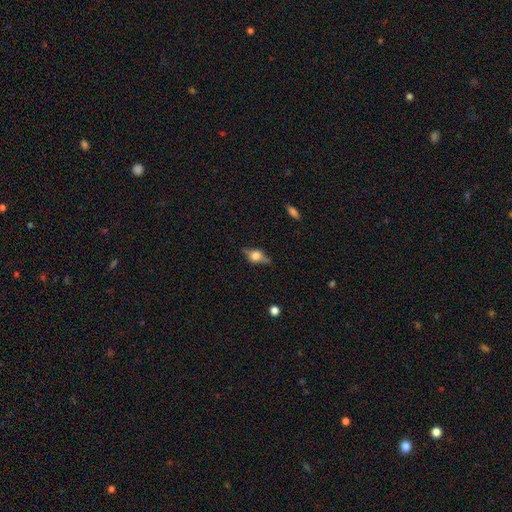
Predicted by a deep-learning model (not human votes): smooth-or-featured: featured or disk: 63% | smooth: 28% | star or artifact: 9%
  disk-edge-on: yes: 94% | no: 6%
    edge-on-bulge: rounded: 93% | boxy: 6% | none: 1%
  merging: none: 79% | minor disturbance: 15% | major disturbance: 5% | merger: 2%